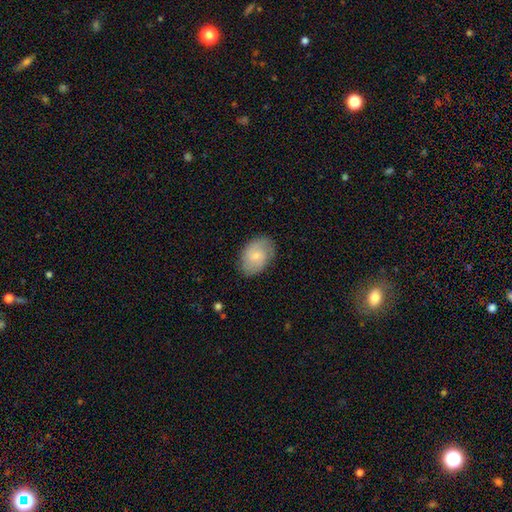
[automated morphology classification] This appears to be a smooth galaxy with no disk features (51%) that is in between round and cigar-shaped (79%). Merging: none (79%).